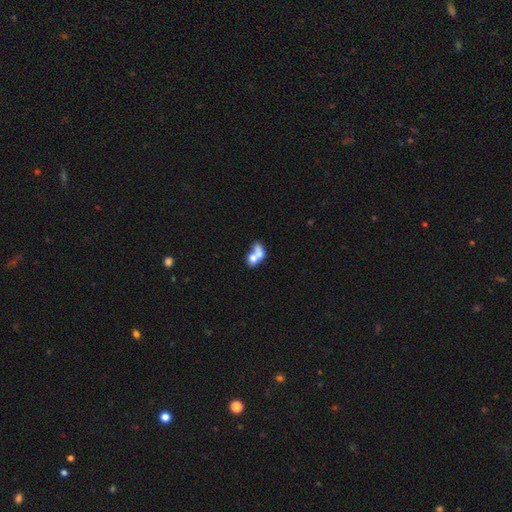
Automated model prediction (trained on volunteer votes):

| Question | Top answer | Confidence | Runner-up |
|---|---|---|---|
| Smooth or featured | smooth | 64% | featured or disk (27%) |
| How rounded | in between | 68% | round (28%) |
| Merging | merger | 70% | none (16%) |